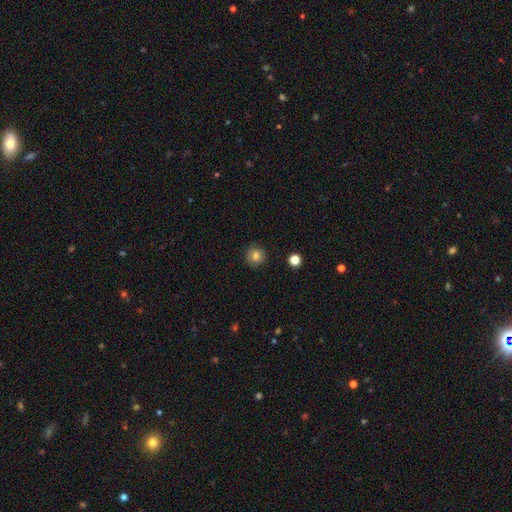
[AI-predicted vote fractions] This appears to be a smooth galaxy with no disk features (82%) that is round (93%). Merging: none (90%).